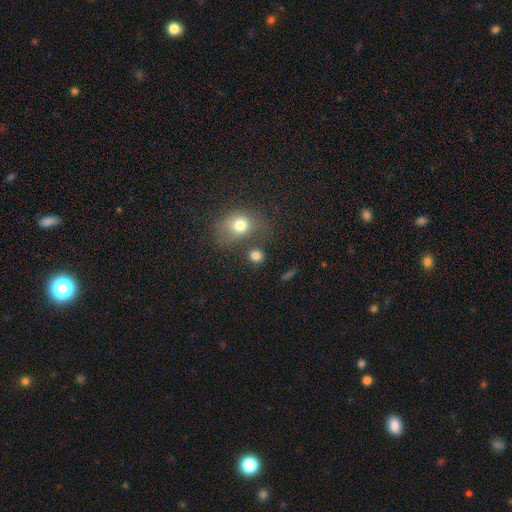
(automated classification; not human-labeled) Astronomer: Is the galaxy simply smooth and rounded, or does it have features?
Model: smooth — 80%.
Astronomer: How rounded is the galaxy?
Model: round — 77%.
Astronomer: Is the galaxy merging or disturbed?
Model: none — 70%.